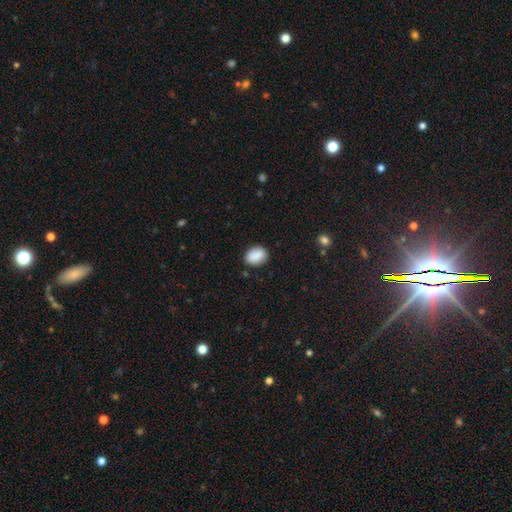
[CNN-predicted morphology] This is clearly a smooth galaxy (89%). How rounded: likely in between (73%). Merging: clearly none (85%).